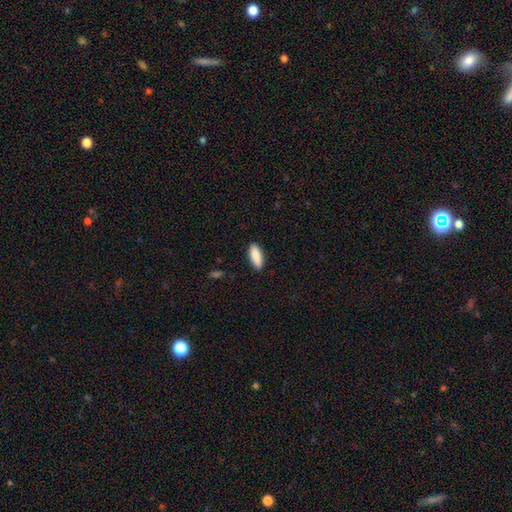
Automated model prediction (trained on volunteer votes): Q: Smooth or featured?
A: smooth (88%); runner-up: featured or disk (6%)
Q: How rounded?
A: in between (64%); runner-up: cigar-shaped (34%)
Q: Merging?
A: none (89%); runner-up: minor disturbance (8%)